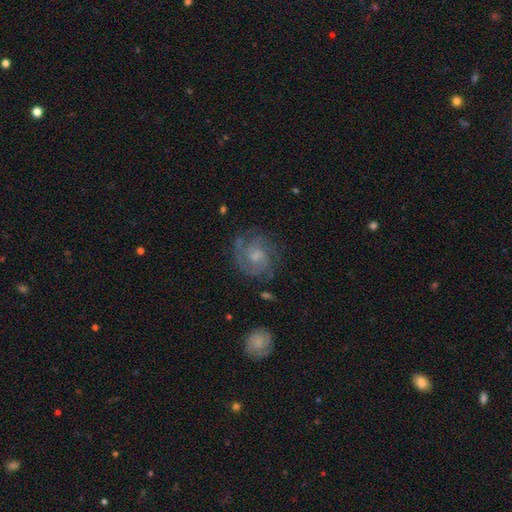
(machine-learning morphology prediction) featured or disk 75%, smooth 18%, star or artifact 8%. Down the decision tree: edge-on disk — no (98%); bar — no (61%); spiral arms — yes (93%); spiral arm count — 2 (35%); spiral winding — tight (51%); bulge size — small (44%); merging — none (71%).